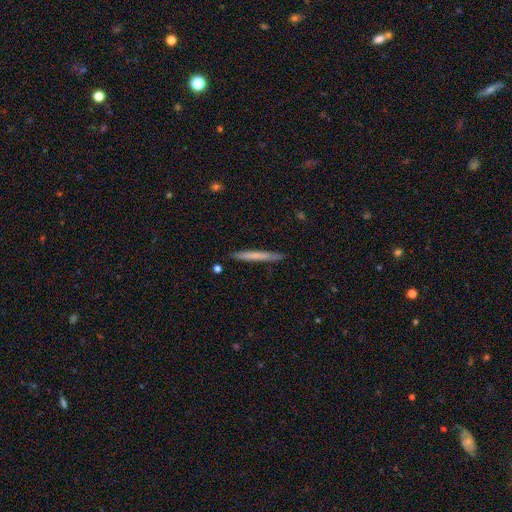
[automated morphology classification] Smooth or featured: smooth — 62% (featured or disk — 32%)
How rounded: cigar-shaped — 97% (in between — 2%)
Merging: none — 89% (minor disturbance — 8%)